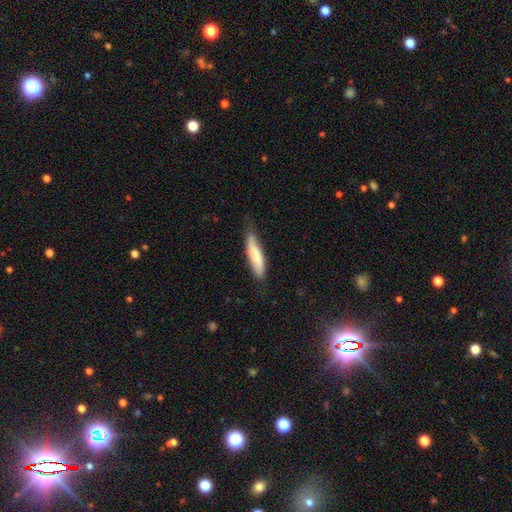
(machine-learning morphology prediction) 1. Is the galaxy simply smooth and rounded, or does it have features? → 76% smooth, 19% featured or disk, 5% star or artifact.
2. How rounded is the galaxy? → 77% cigar-shaped, 22% in between, 1% round.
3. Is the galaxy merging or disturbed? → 61% none, 31% minor disturbance, 6% major disturbance, 2% merger.